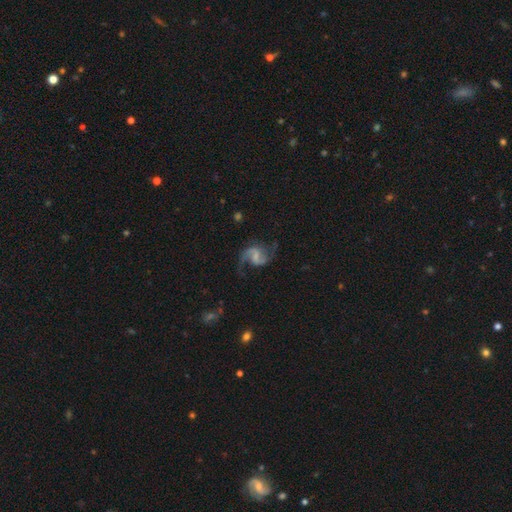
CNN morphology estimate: Smooth or featured?
  - featured or disk: 87% *
  - smooth: 7%
  - star or artifact: 6%
Edge-on disk?
  - no: 98% *
  - yes: 2%
Bar?
  - weak: 53% *
  - strong: 25%
  - no: 22%
Spiral arms?
  - yes: 97% *
  - no: 3%
Spiral winding?
  - loose: 50% *
  - medium: 43%
  - tight: 8%
Spiral arm count?
  - 2: 90% *
  - 1: 5%
  - can't tell: 2%
  - 3: 1%
  - 4: 1%
  - more than 4: 1%
Bulge size?
  - none: 40% *
  - small: 34%
  - moderate: 21%
  - large: 4%
  - dominant: 1%
Merging?
  - none: 69% *
  - minor disturbance: 16%
  - major disturbance: 13%
  - merger: 2%